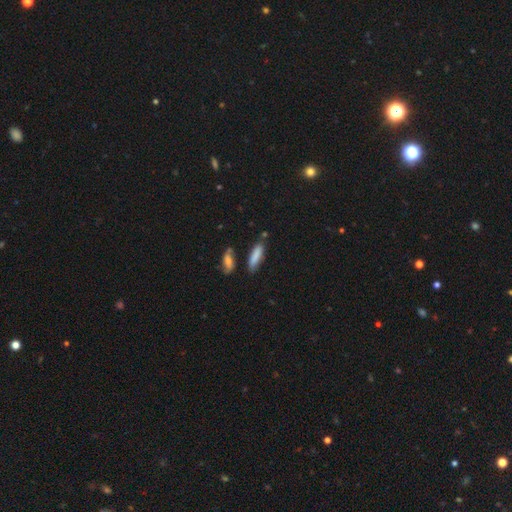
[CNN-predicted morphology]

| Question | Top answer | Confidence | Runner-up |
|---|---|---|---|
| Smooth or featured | smooth | 83% | featured or disk (10%) |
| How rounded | cigar-shaped | 65% | in between (33%) |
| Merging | none | 74% | minor disturbance (16%) |